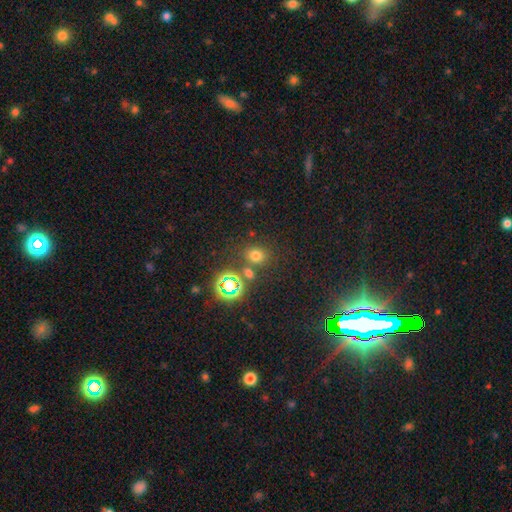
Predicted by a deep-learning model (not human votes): Q: Smooth or featured?
A: smooth (65%); runner-up: star or artifact (28%)
Q: How rounded?
A: round (74%); runner-up: in between (25%)
Q: Merging?
A: none (73%); runner-up: merger (13%)